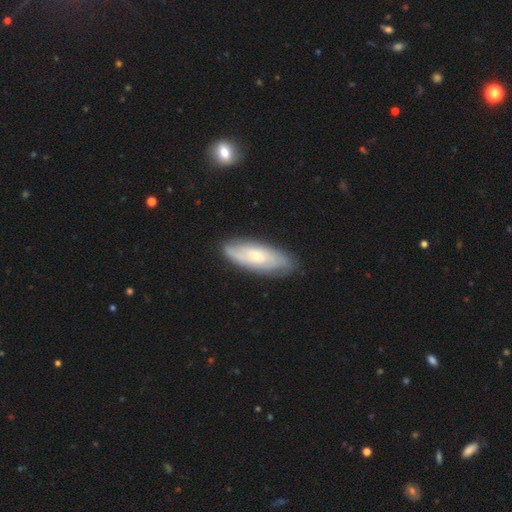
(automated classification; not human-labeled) Overall: featured or disk (61%; smooth 33%). Edge-on disk: no (83%). Bar: no (73%). Spiral arms: yes (83%). Bulge size: small (67%; moderate 28%). Merging: none (81%).